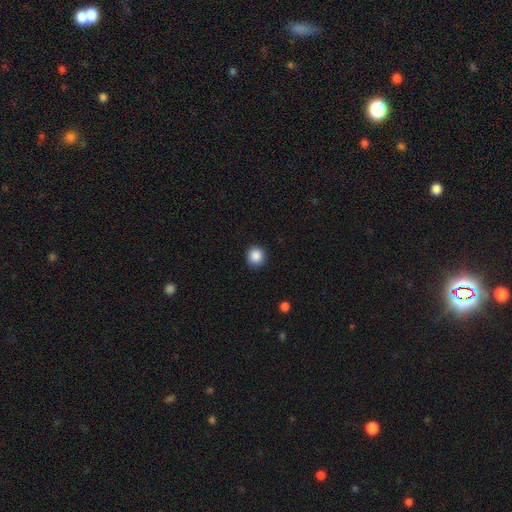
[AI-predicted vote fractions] smooth 88%, star or artifact 9%, featured or disk 3%. Down the decision tree: how rounded — round (94%); merging — none (91%).